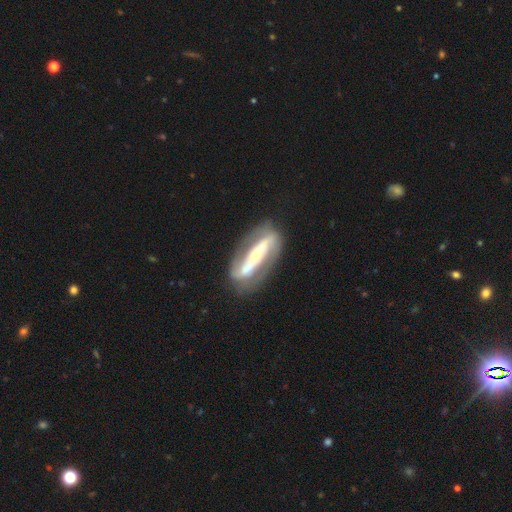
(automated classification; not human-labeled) smooth_or_featured: featured or disk (p=0.83) [alt: smooth p=0.12]
disk_edge_on: no (p=0.84) [alt: yes p=0.16]
bar: strong (p=0.68) [alt: no p=0.19]
has_spiral_arms: yes (p=0.79) [alt: no p=0.21]
spiral_winding: medium (p=0.37) [alt: tight p=0.36]
spiral_arm_count: 2 (p=0.86) [alt: can't tell p=0.08]
bulge_size: small (p=0.53) [alt: moderate p=0.40]
merging: none (p=0.78) [alt: minor disturbance p=0.13]